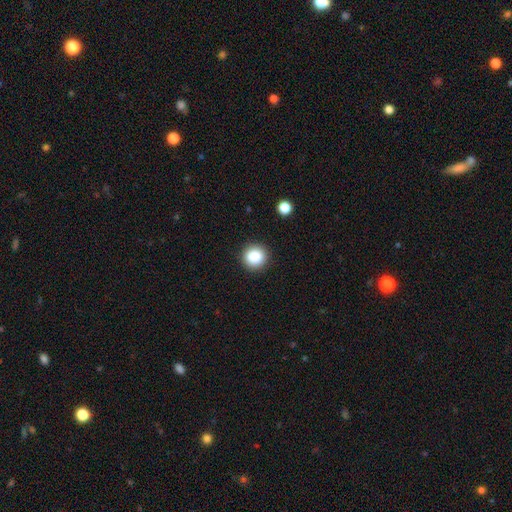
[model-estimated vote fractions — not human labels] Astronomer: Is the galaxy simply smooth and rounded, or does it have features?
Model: smooth — 86%.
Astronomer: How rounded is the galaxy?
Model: round — 93%.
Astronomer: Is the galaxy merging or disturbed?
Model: none — 90%.